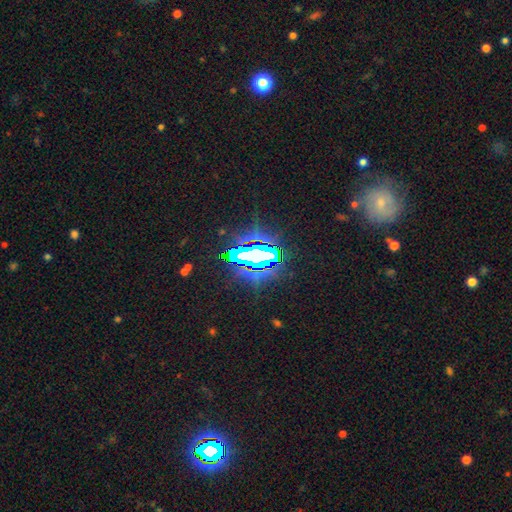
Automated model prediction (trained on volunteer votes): star or artifact 75%, smooth 13%, featured or disk 12%.